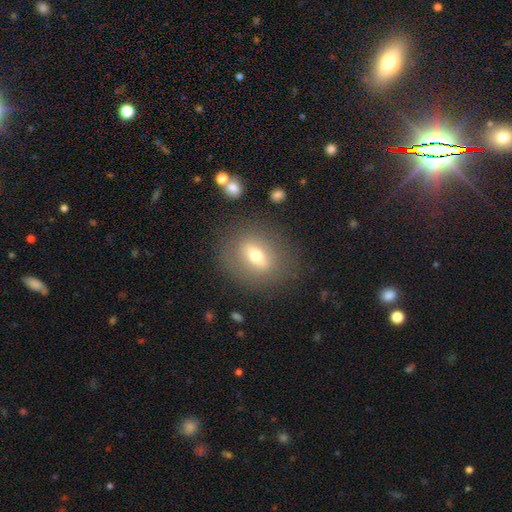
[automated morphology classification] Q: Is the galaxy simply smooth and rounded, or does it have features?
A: smooth — 53%.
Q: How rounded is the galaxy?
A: in between — 55%.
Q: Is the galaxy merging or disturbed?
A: none — 82%.